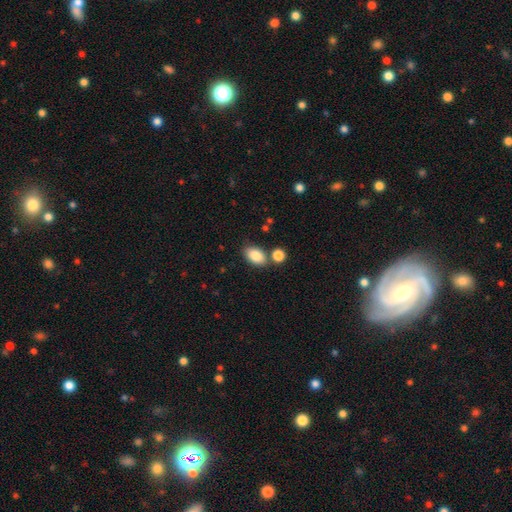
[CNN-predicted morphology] smooth_or_featured: smooth (p=0.86) [alt: star or artifact p=0.08]
how_rounded: in between (p=0.89) [alt: round p=0.10]
merging: none (p=0.72) [alt: merger p=0.14]